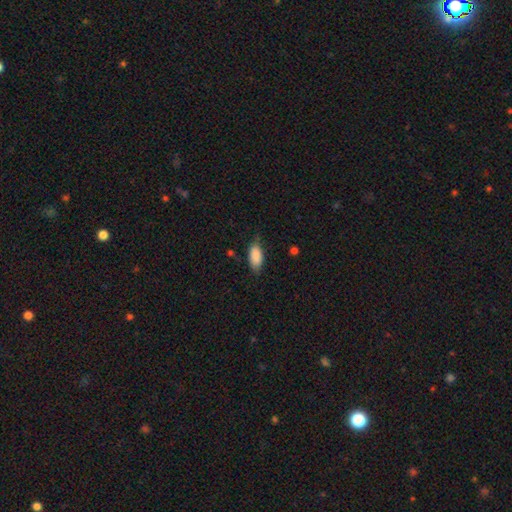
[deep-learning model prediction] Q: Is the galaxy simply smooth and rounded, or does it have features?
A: smooth — 87%.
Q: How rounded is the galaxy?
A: in between — 89%.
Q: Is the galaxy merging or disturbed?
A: none — 68%.